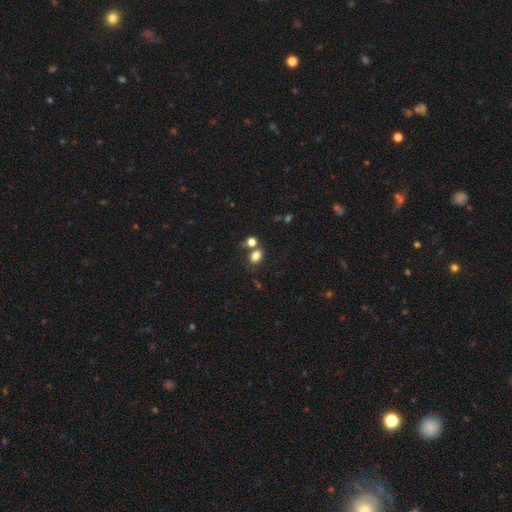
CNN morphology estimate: Smooth or featured?
  - smooth: 79% *
  - star or artifact: 13%
  - featured or disk: 8%
How rounded?
  - in between: 71% *
  - round: 28%
  - cigar-shaped: 1%
Merging?
  - none: 57% *
  - merger: 25%
  - minor disturbance: 12%
  - major disturbance: 5%